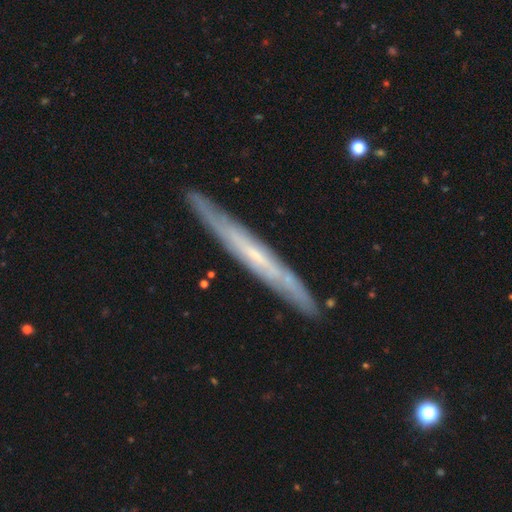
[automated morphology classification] The model was most divided on "smooth or featured": featured or disk: 70%, smooth: 24%, star or artifact: 6%. More confident: merging — none (87%); edge-on disk — yes (84%); edge-on bulge — none (75%).